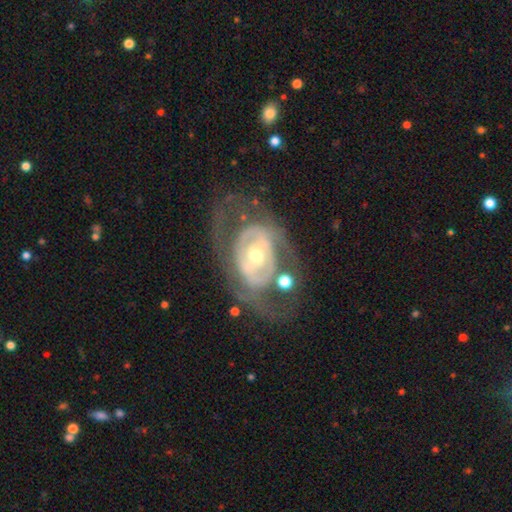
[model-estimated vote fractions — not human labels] featured or disk 80%, smooth 14%, star or artifact 6%. Down the decision tree: edge-on disk — no (94%); bar — no (55%); spiral arms — yes (55%); bulge size — moderate (56%); merging — none (53%).